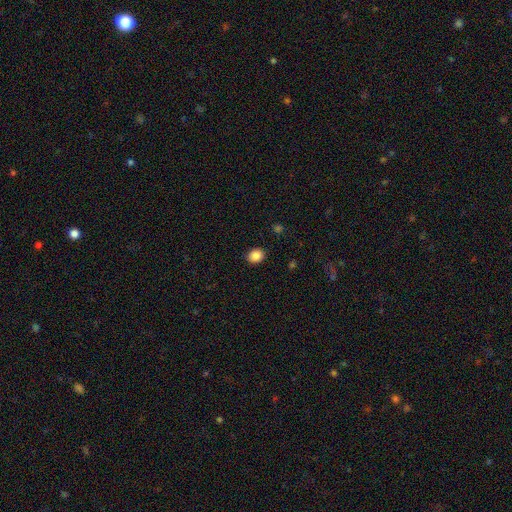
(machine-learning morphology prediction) This appears to be a smooth galaxy with no disk features (87%) that is in between round and cigar-shaped (50%). Merging: none (89%).